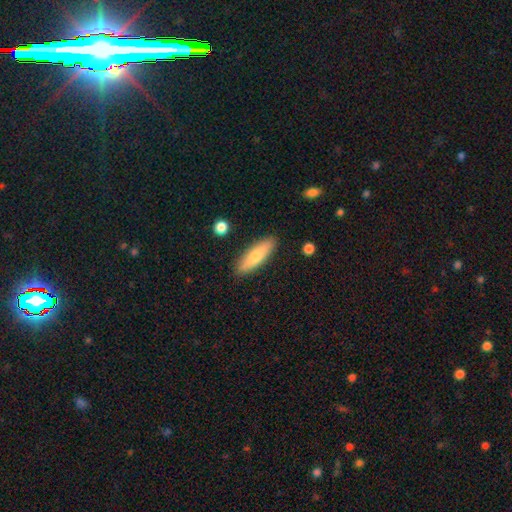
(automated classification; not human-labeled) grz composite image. It shows a smooth galaxy with no disk features (71%) that is cigar-shaped (58%). Merging: none (88%).